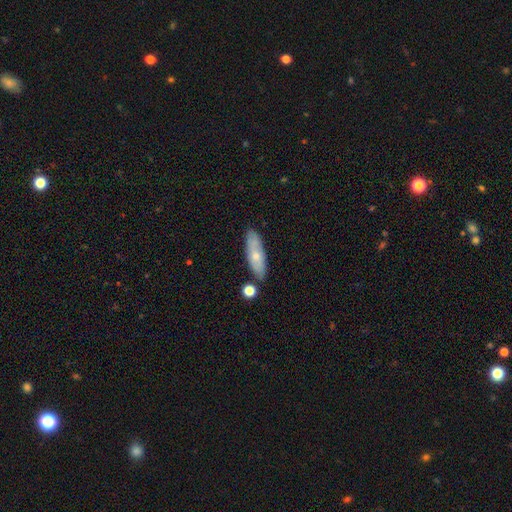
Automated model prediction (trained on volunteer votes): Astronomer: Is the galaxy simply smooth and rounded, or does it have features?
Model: smooth — 61%.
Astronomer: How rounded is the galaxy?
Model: in between — 55% (runner-up: cigar-shaped, 42%).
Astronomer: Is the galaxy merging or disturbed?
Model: none — 77%.